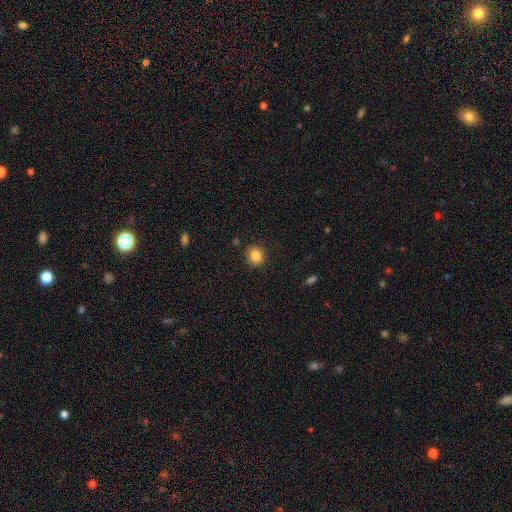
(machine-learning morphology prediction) This is clearly a smooth galaxy (85%). How rounded: likely round (75%). Merging: clearly none (87%).